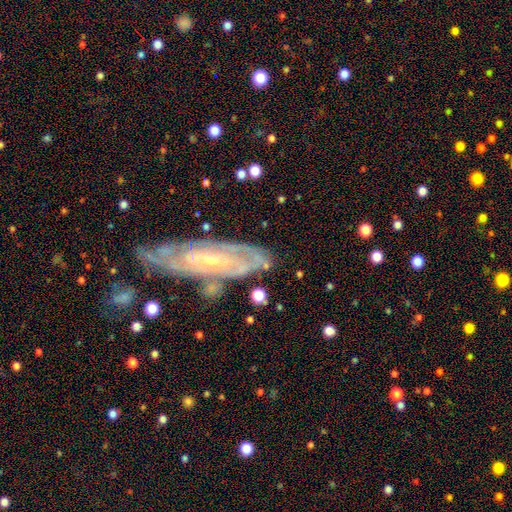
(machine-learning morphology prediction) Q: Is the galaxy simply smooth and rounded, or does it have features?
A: featured or disk — 77%.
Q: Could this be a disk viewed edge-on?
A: no — 82%.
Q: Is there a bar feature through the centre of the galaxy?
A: no — 49%.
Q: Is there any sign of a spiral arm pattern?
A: yes — 83%.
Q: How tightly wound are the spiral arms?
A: tight — 60%.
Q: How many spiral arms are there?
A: can't tell — 48%.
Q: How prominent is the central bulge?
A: small — 71%.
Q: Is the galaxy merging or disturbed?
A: none — 66%.